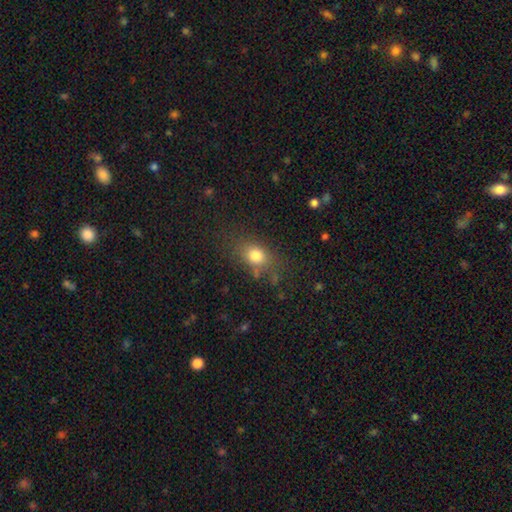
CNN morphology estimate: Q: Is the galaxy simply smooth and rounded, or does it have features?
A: smooth — 78%.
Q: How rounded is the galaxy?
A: in between — 59%.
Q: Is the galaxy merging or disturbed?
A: none — 73%.